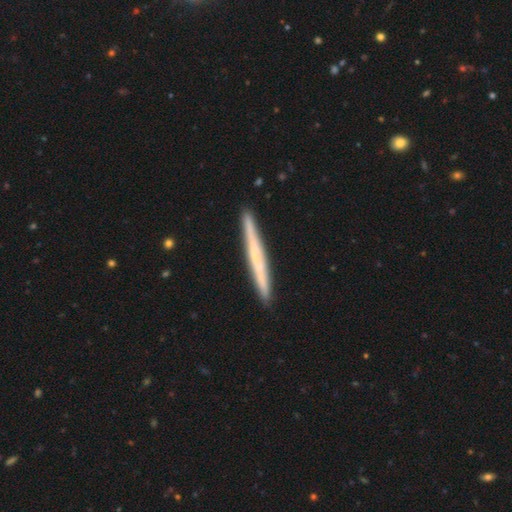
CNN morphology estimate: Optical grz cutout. It shows a featured or disk galaxy (49%). Merging: none (92%).